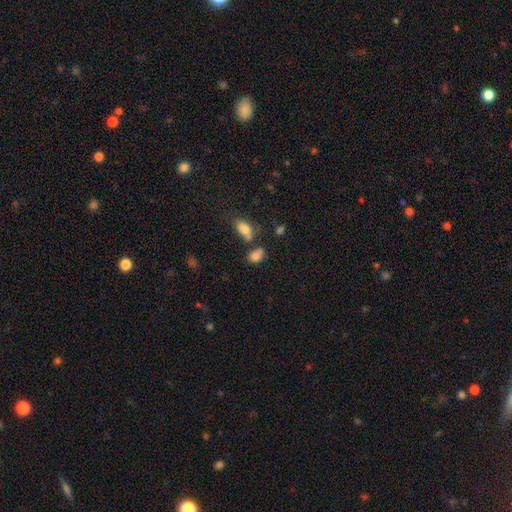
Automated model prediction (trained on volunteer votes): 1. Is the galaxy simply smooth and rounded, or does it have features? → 79% smooth, 12% star or artifact, 9% featured or disk.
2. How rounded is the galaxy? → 73% in between, 25% round, 2% cigar-shaped.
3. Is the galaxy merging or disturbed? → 45% none, 29% merger, 19% minor disturbance, 8% major disturbance.